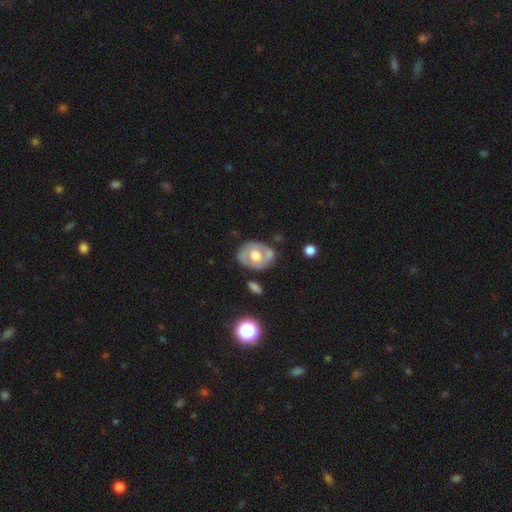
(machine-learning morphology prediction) smooth-or-featured: featured or disk: 52% | smooth: 42% | star or artifact: 7%
  disk-edge-on: no: 93% | yes: 7%
  merging: none: 61% | minor disturbance: 21% | merger: 12% | major disturbance: 7%